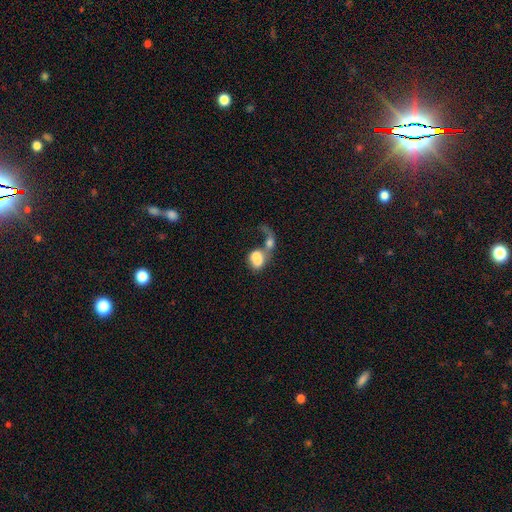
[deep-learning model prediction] A smooth galaxy with no disk features (70%) that is in between round and cigar-shaped (64%). Merging: merger (68%).